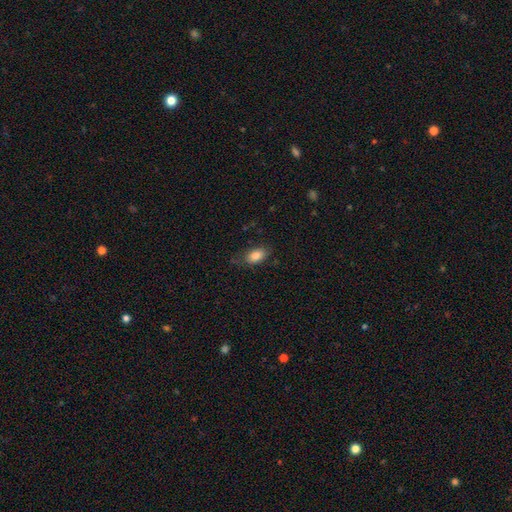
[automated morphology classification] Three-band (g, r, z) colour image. It shows a smooth galaxy with no disk features (85%) that is in between round and cigar-shaped (89%). Merging: none (74%).